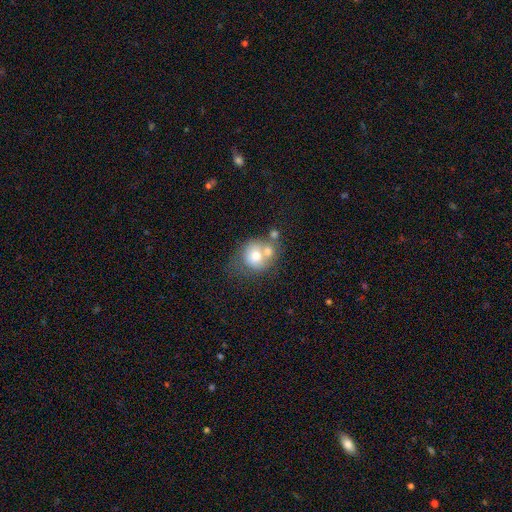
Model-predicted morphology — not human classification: Overall: smooth (67%). How rounded: round (73%). Merging: merger (49%; none 30%).